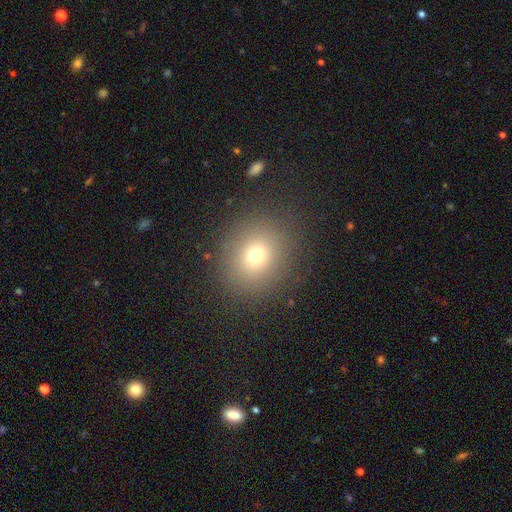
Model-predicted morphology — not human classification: A smooth galaxy with no disk features (71%) that is round (83%).

Vote fractions:
- Smooth or featured? smooth: 71% / star or artifact: 17% / featured or disk: 12%
- How rounded? round: 83% / in between: 16% / cigar-shaped: 1%
- Merging? none: 85% / minor disturbance: 8% / major disturbance: 5% / merger: 2%